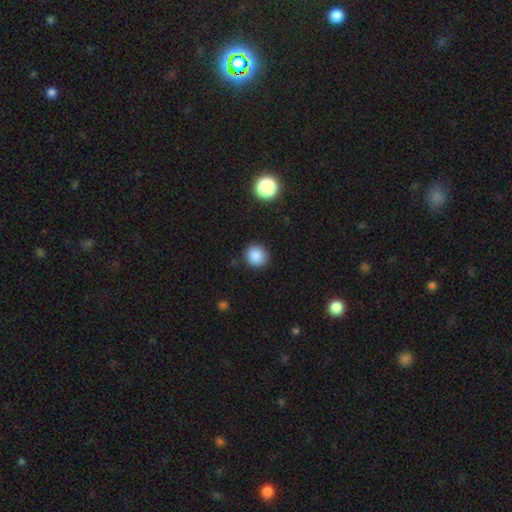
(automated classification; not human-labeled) A smooth galaxy with no disk features (86%) that is round (90%).

Vote fractions:
- Smooth or featured? smooth: 86% / star or artifact: 10% / featured or disk: 4%
- How rounded? round: 90% / in between: 9% / cigar-shaped: 1%
- Merging? none: 89% / minor disturbance: 8% / major disturbance: 2% / merger: 1%